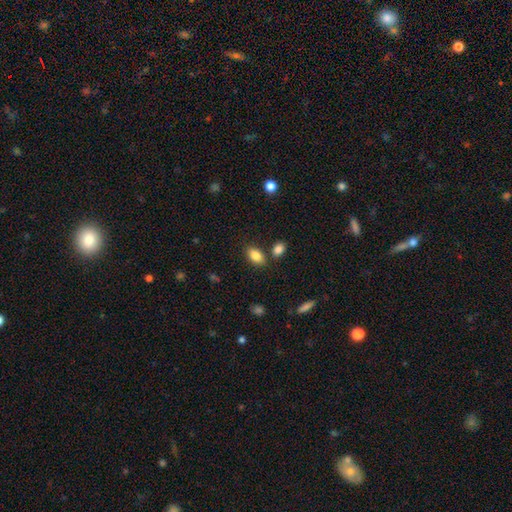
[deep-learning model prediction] smooth-or-featured: smooth: 86% | star or artifact: 8% | featured or disk: 6%
  how-rounded: in between: 89% | round: 8% | cigar-shaped: 3%
  merging: none: 76% | minor disturbance: 11% | merger: 10% | major disturbance: 3%